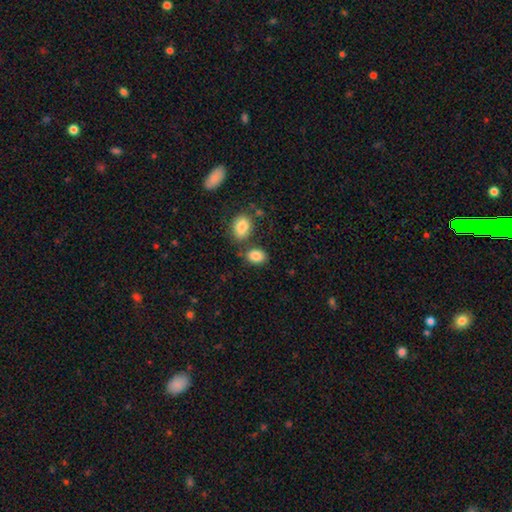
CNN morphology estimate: The model was most divided on "how rounded": in between: 75%, round: 24%, cigar-shaped: 1%. More confident: smooth or featured — smooth (85%); merging — none (67%).